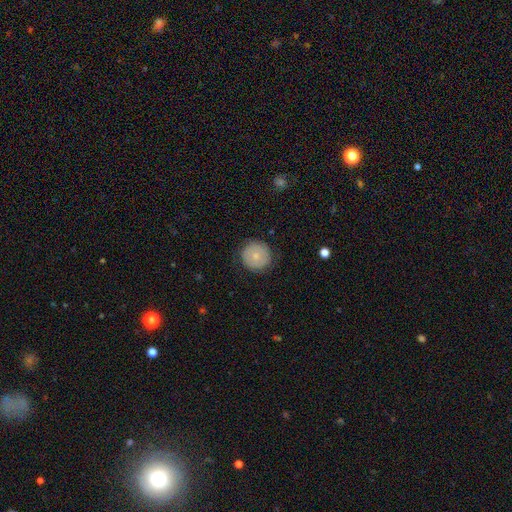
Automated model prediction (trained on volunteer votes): This appears to be a smooth galaxy with no disk features (71%) that is round (95%). Merging: none (84%).